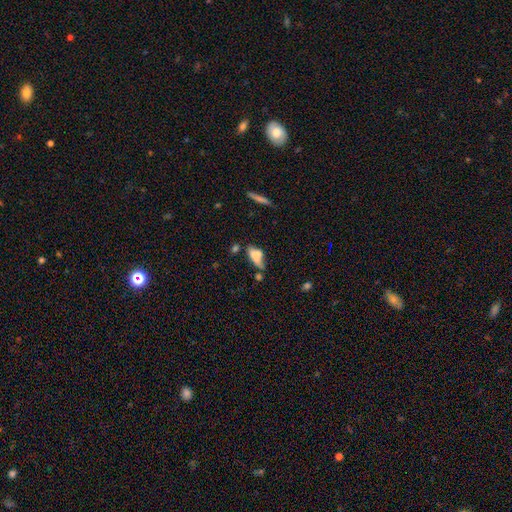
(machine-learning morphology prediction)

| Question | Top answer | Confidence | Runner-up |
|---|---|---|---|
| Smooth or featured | smooth | 67% | featured or disk (23%) |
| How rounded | in between | 66% | cigar-shaped (31%) |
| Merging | none | 34% | minor disturbance (26%) |